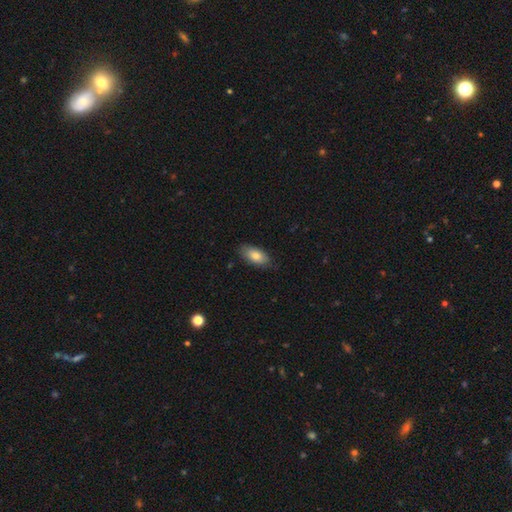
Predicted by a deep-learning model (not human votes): Smooth or featured? smooth (80%)
How rounded? in between (92%)
Merging? none (81%)